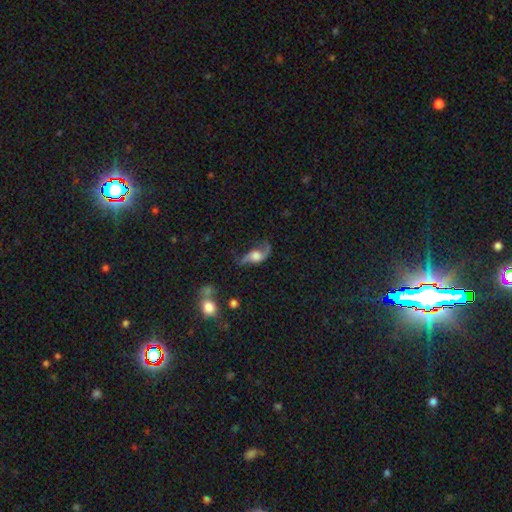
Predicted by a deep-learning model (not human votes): This appears to be a featured or disk galaxy (73%) with no bar (67%), 2 (85%) loose (79%) spiral arms (91%) and a large central bulge (49%). Merging: none (53%).